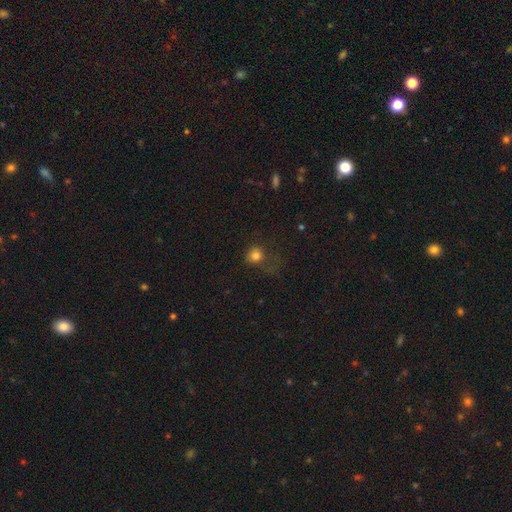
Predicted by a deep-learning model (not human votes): smooth 78%, star or artifact 14%, featured or disk 8%. Down the decision tree: how rounded — round (84%); merging — none (53%).